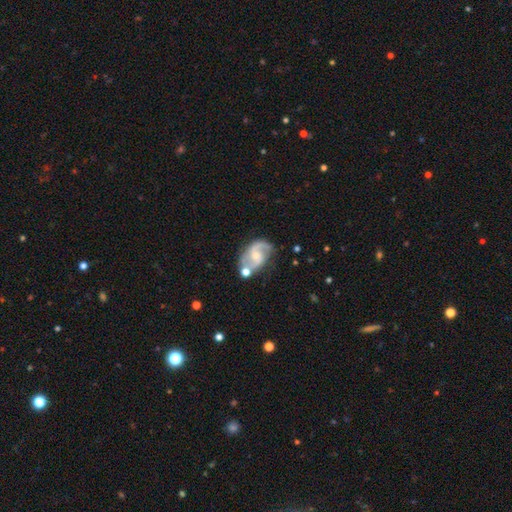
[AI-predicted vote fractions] A featured or disk galaxy (85%) with no bar (48%), 2 (88%) medium (54%) spiral arms (96%) and a small central bulge (54%).

Vote fractions:
- Smooth or featured? featured or disk: 85% / smooth: 9% / star or artifact: 5%
- Edge-on disk? no: 98% / yes: 2%
- Bar? no: 48% / weak: 43% / strong: 9%
- Spiral arms? yes: 96% / no: 4%
- Spiral winding? medium: 54% / loose: 28% / tight: 18%
- Spiral arm count? 2: 88% / 1: 5% / can't tell: 4% / 3: 2% / 4: 1% / more than 4: 1%
- Bulge size? small: 54% / moderate: 36% / none: 7% / large: 2% / dominant: 1%
- Merging? none: 61% / minor disturbance: 19% / merger: 12% / major disturbance: 8%